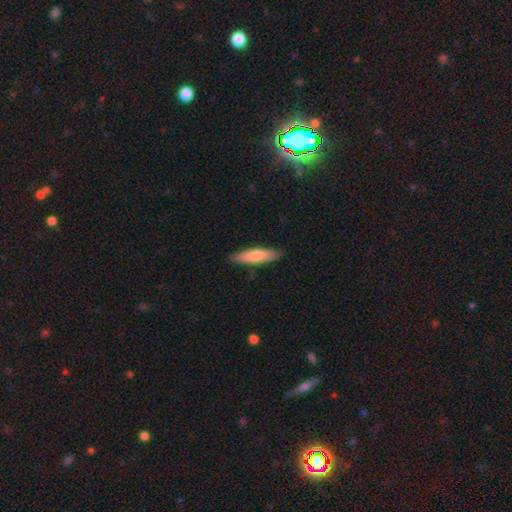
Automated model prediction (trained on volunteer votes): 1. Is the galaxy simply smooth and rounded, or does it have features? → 76% smooth, 19% featured or disk, 5% star or artifact.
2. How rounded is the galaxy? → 71% cigar-shaped, 28% in between, 1% round.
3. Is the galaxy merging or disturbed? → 87% none, 10% minor disturbance, 2% major disturbance, 1% merger.